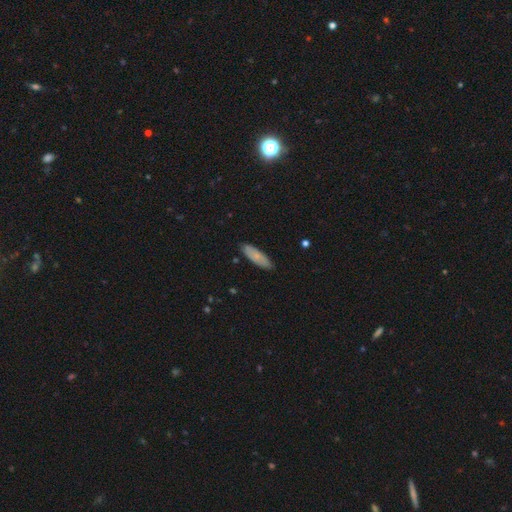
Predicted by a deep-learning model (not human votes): Smooth or featured? smooth (73%)
How rounded? in between (50%)
Merging? none (85%)